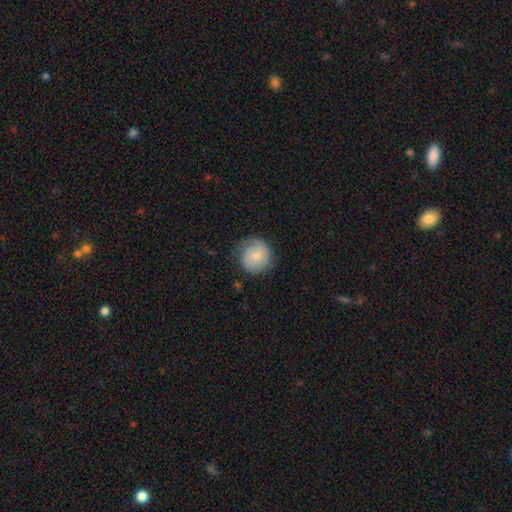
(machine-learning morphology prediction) Smooth or featured? Predicted: smooth (p=0.56). How rounded? Predicted: round (p=0.90). Merging? Predicted: none (p=0.73).